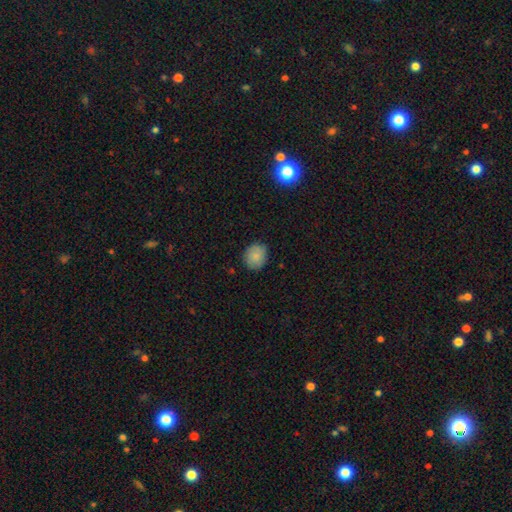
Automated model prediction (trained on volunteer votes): Q: Smooth or featured?
A: smooth (83%); runner-up: featured or disk (10%)
Q: How rounded?
A: round (70%); runner-up: in between (29%)
Q: Merging?
A: none (82%); runner-up: minor disturbance (14%)